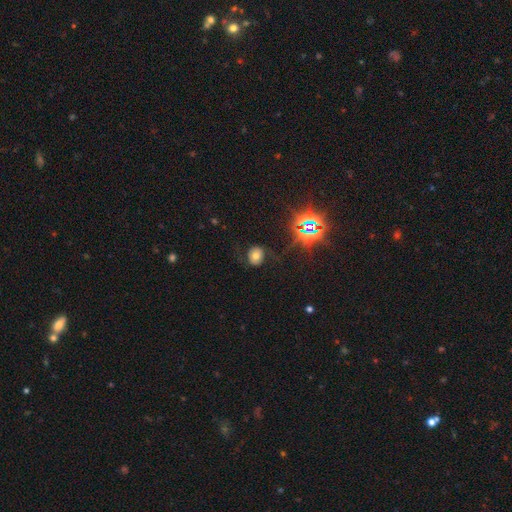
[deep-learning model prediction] Overall: smooth (56%; star or artifact 25%). How rounded: round (57%; in between 42%). Merging: none (79%).